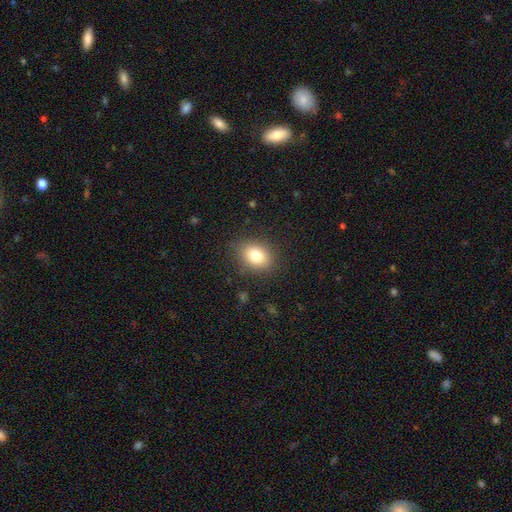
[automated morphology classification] Smooth or featured? smooth (81%)
How rounded? in between (62%)
Merging? none (85%)